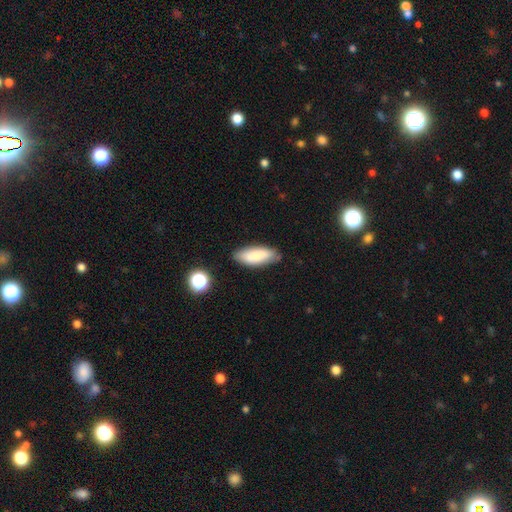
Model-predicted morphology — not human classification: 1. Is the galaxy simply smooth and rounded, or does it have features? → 80% smooth, 13% featured or disk, 7% star or artifact.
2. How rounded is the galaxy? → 75% in between, 23% cigar-shaped, 2% round.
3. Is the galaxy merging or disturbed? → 80% none, 15% minor disturbance, 3% major disturbance, 2% merger.